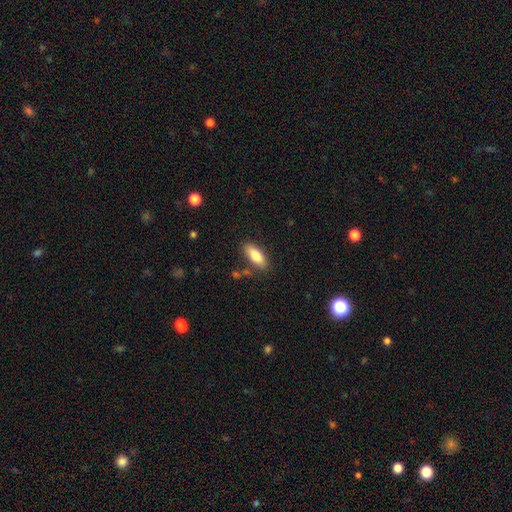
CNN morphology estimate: Overall: smooth (81%). How rounded: in between (78%). Merging: none (80%).